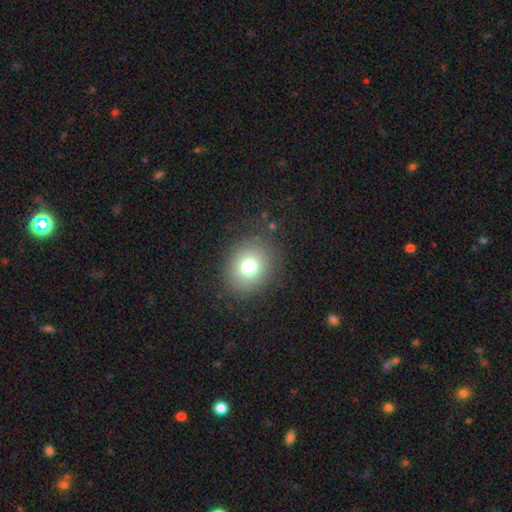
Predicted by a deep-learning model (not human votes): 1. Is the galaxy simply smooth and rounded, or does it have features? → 73% smooth, 18% star or artifact, 9% featured or disk.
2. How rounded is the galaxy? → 72% round, 27% in between, 1% cigar-shaped.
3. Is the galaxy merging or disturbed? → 89% none, 7% minor disturbance, 2% major disturbance, 1% merger.